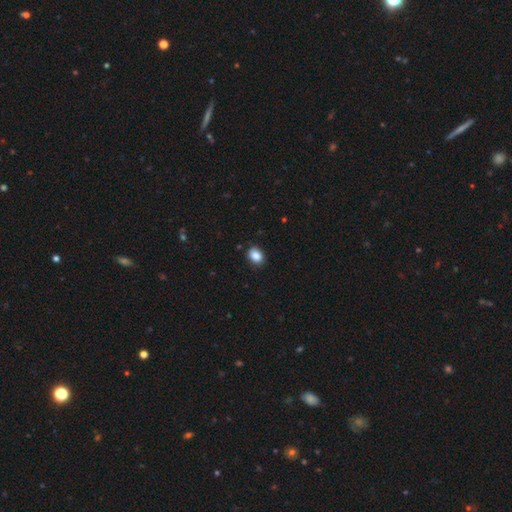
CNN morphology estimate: smooth_or_featured: smooth (p=0.87) [alt: star or artifact p=0.09]
how_rounded: in between (p=0.72) [alt: round p=0.27]
merging: none (p=0.86) [alt: minor disturbance p=0.11]